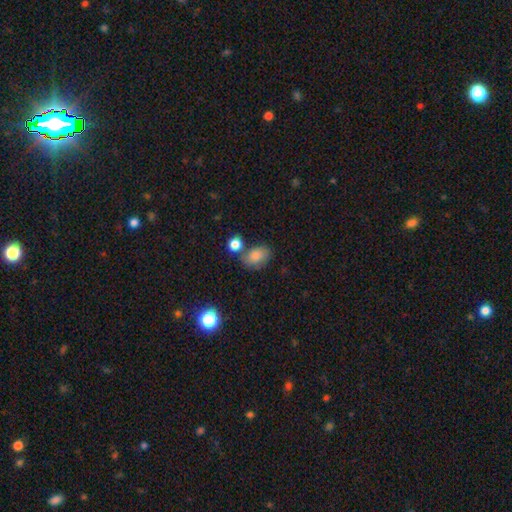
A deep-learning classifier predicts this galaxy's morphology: Overall: smooth (82%). How rounded: in between (79%). Merging: none (55%; minor disturbance 20%).